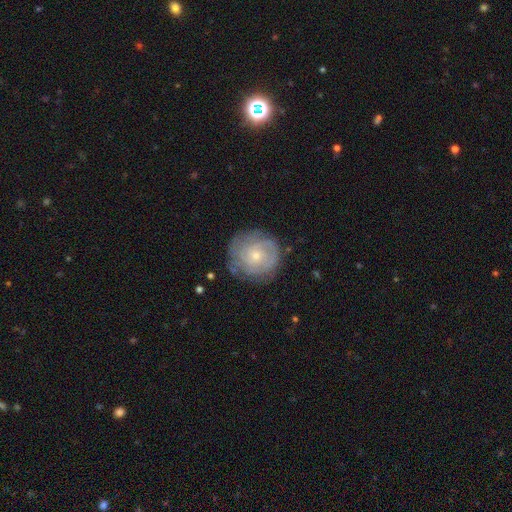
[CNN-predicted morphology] Overall: featured or disk (69%). Edge-on disk: no (98%). Bar: no (77%). Spiral arms: yes (86%). Spiral arm count: can't tell (45%; 2 22%). Spiral winding: tight (71%). Bulge size: small (65%; moderate 31%). Merging: none (76%).